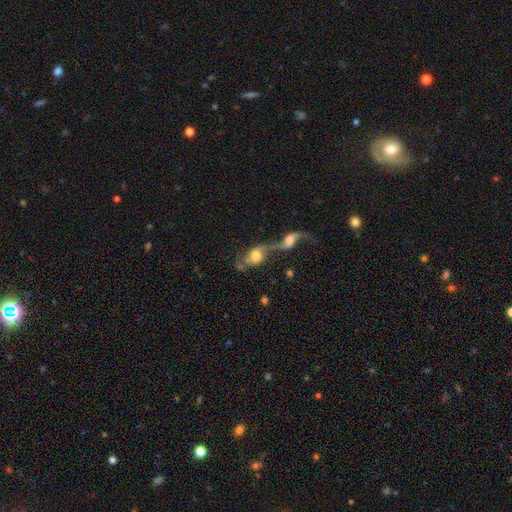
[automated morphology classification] Overall: smooth (50%; featured or disk 40%). Merging: merger (72%).